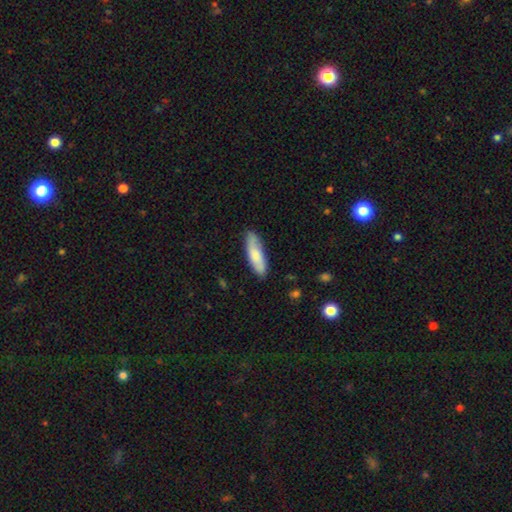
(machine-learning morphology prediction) This is likely a smooth galaxy (74%). How rounded: possibly cigar-shaped (53%). Merging: clearly none (81%).